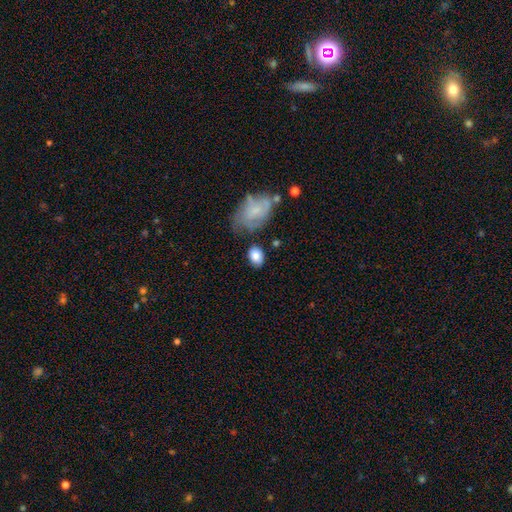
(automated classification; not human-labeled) A smooth galaxy with no disk features (83%) that is in between round and cigar-shaped (75%).

Vote fractions:
- Smooth or featured? smooth: 83% / featured or disk: 10% / star or artifact: 7%
- How rounded? in between: 75% / round: 23% / cigar-shaped: 1%
- Merging? none: 69% / minor disturbance: 17% / merger: 7% / major disturbance: 7%